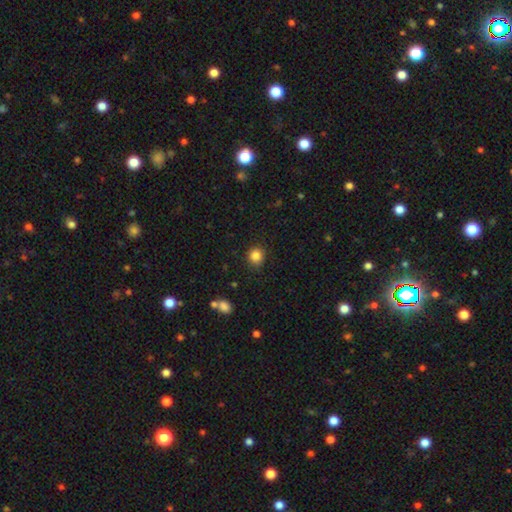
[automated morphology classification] Smooth or featured?
  - smooth: 85% *
  - star or artifact: 11%
  - featured or disk: 5%
How rounded?
  - round: 87% *
  - in between: 12%
  - cigar-shaped: 1%
Merging?
  - none: 87% *
  - minor disturbance: 9%
  - major disturbance: 2%
  - merger: 1%